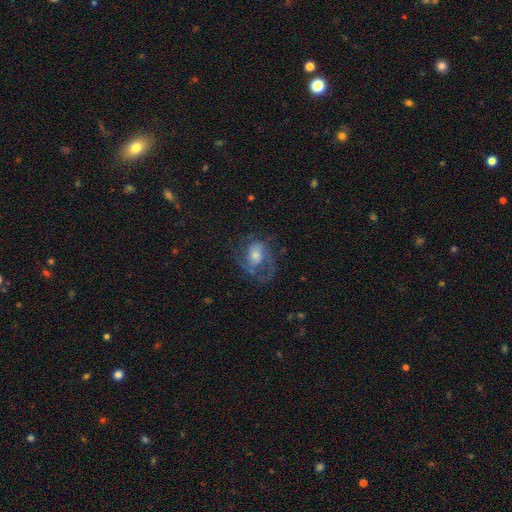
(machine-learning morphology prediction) smooth_or_featured: featured or disk (p=0.70) [alt: smooth p=0.22]
disk_edge_on: no (p=0.97) [alt: yes p=0.03]
bar: no (p=0.60) [alt: weak p=0.33]
has_spiral_arms: yes (p=0.86) [alt: no p=0.14]
spiral_winding: medium (p=0.47) [alt: tight p=0.32]
spiral_arm_count: 2 (p=0.48) [alt: can't tell p=0.20]
bulge_size: moderate (p=0.52) [alt: small p=0.28]
merging: none (p=0.53) [alt: major disturbance p=0.26]